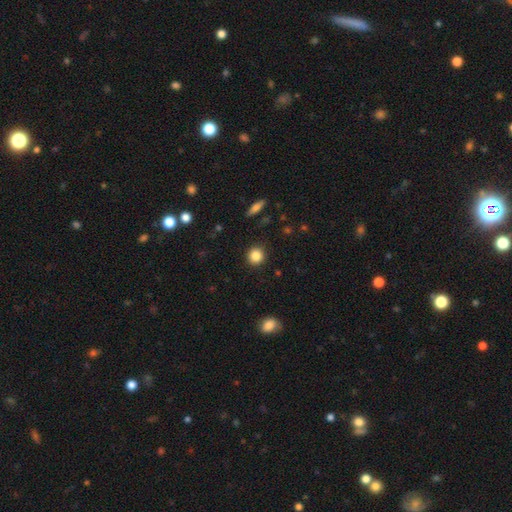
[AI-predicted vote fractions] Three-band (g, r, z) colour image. It shows a smooth galaxy with no disk features (85%) that is round (91%). Merging: none (90%).